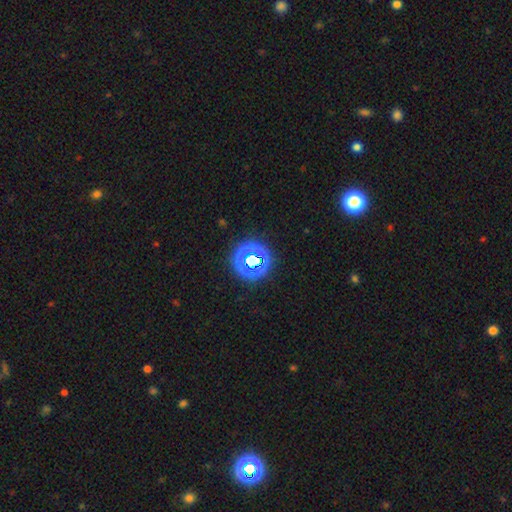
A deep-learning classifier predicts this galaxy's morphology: This is possibly a star or artifact rather than a galaxy (55%).